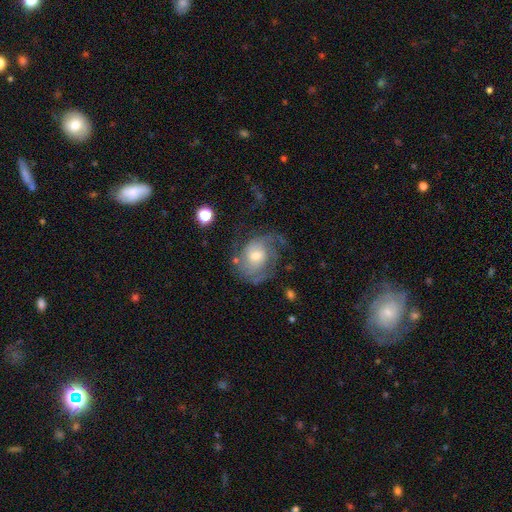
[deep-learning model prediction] The model was most divided on "spiral winding" (2-way tie): tight: 41%, medium: 41%, loose: 18%. Remaining: edge-on disk — no (97%); spiral arms — yes (91%); smooth or featured — featured or disk (78%); bar — no (60%); bulge size — moderate (57%); merging — none (55%); spiral arm count — 2 (42%).